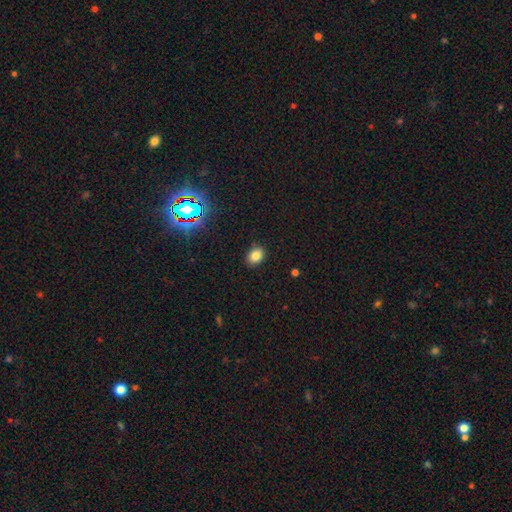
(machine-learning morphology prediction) Smooth or featured? Predicted: smooth (p=0.81). How rounded? Predicted: in between (p=0.61). Merging? Predicted: none (p=0.87).